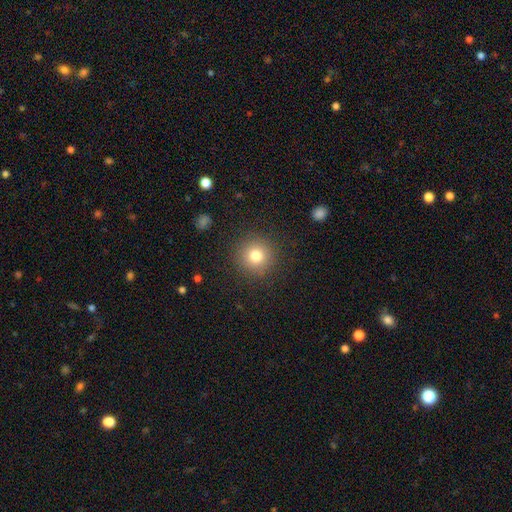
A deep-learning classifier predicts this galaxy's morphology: Overall: smooth (79%). How rounded: round (95%). Merging: none (90%).